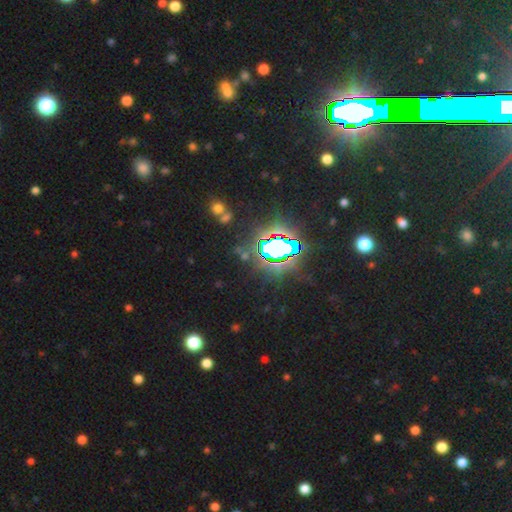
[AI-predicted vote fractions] smooth-or-featured: star or artifact: 83% | smooth: 10% | featured or disk: 7%